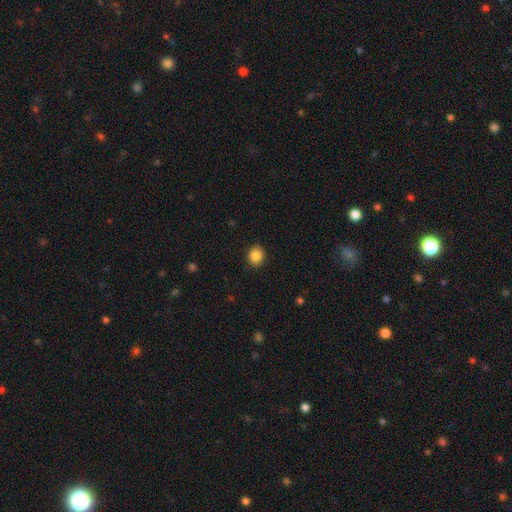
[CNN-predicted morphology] A smooth galaxy with no disk features (86%) that is round (72%).

Vote fractions:
- Smooth or featured? smooth: 86% / star or artifact: 10% / featured or disk: 4%
- How rounded? round: 72% / in between: 27% / cigar-shaped: 1%
- Merging? none: 92% / minor disturbance: 6% / major disturbance: 2% / merger: 1%